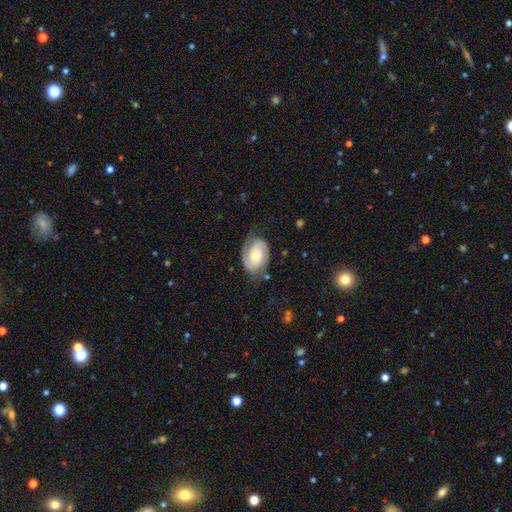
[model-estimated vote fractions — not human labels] Smooth or featured? featured or disk (68%)
Edge-on disk? no (96%)
Bar? no (67%)
Spiral arms? yes (90%)
Spiral winding? tight (46%)
Spiral arm count? 2 (78%)
Bulge size? moderate (60%)
Merging? none (67%)